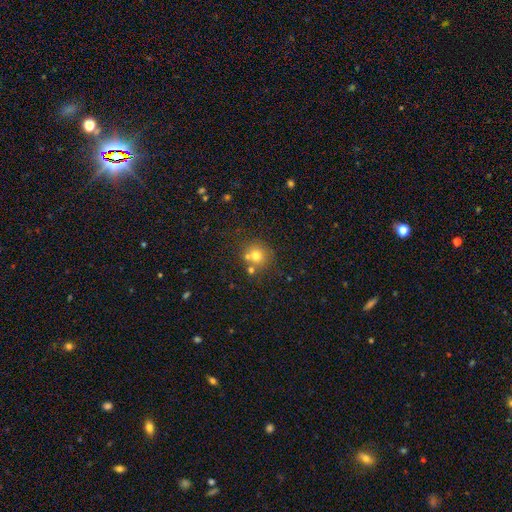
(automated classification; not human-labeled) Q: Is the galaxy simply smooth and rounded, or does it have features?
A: smooth — 70%.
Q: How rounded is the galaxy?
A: round — 88%.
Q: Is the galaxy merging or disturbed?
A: none — 61%.